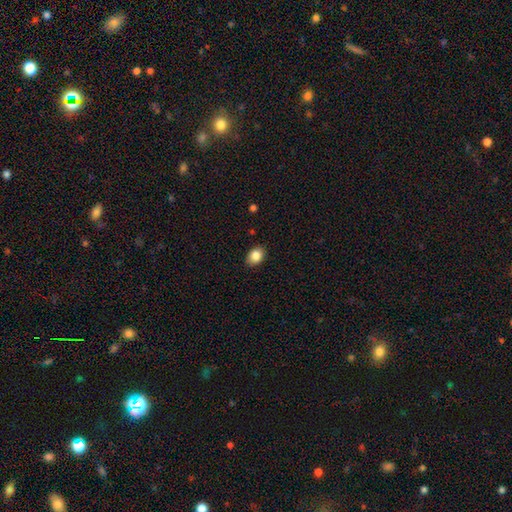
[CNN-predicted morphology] Smooth or featured? Predicted: smooth (p=0.85). How rounded? Predicted: in between (p=0.68). Merging? Predicted: none (p=0.86).